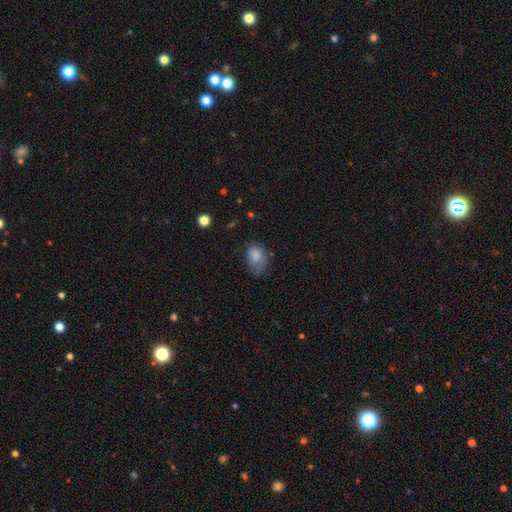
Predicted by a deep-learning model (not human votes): Smooth or featured: smooth — 80% (featured or disk — 10%)
How rounded: in between — 75% (round — 23%)
Merging: none — 40% (minor disturbance — 36%)